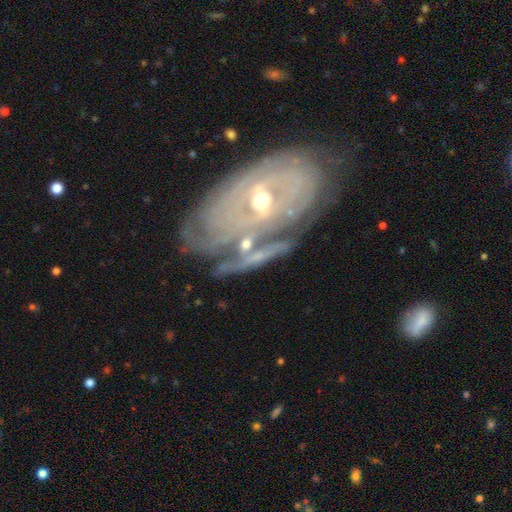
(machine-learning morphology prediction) This appears to be a featured or disk galaxy (80%) with no bar (44%), tight (72%) spiral arms (78%) and a moderate central bulge (59%). Merging: none (51%).